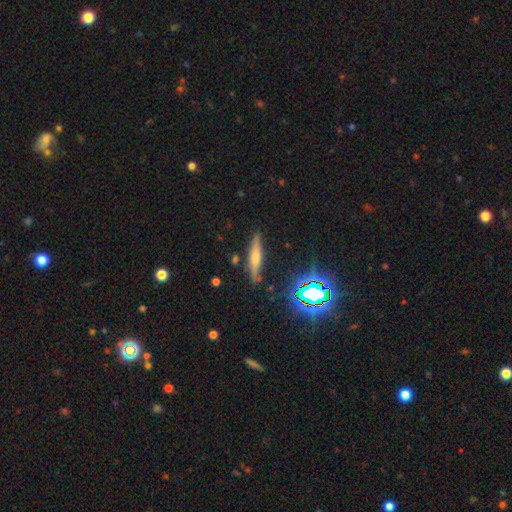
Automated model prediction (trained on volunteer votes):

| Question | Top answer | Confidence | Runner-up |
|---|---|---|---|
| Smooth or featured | smooth | 43% | featured or disk (40%) |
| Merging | none | 83% | minor disturbance (11%) |